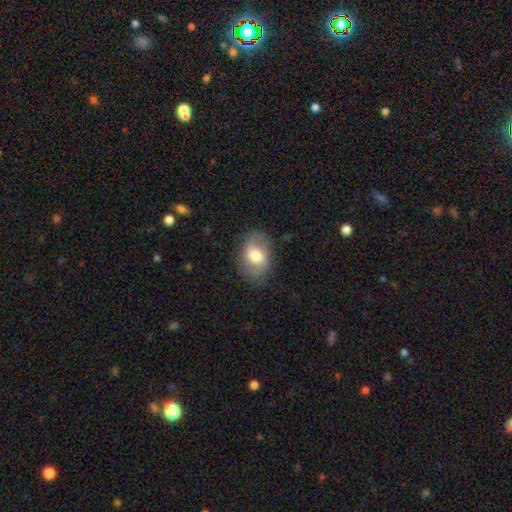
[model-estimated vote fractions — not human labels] Smooth or featured: smooth — 54% (featured or disk — 39%)
How rounded: in between — 76% (round — 23%)
Merging: none — 77% (minor disturbance — 15%)